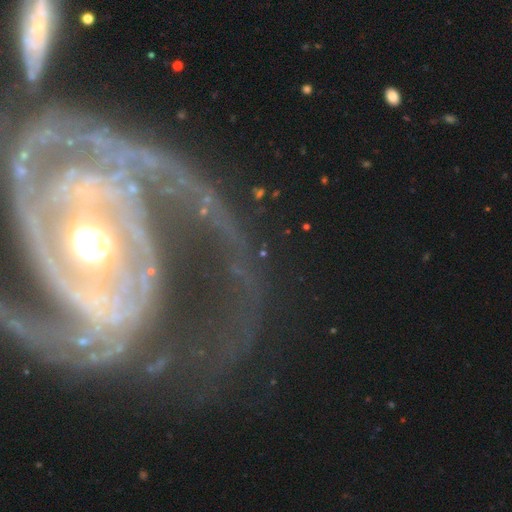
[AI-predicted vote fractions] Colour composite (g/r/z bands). It shows a featured or disk galaxy (83%) with no bar (46%), 2 (48%) tight (41%) spiral arms (83%) and a moderate central bulge (59%). Merging: none (57%).